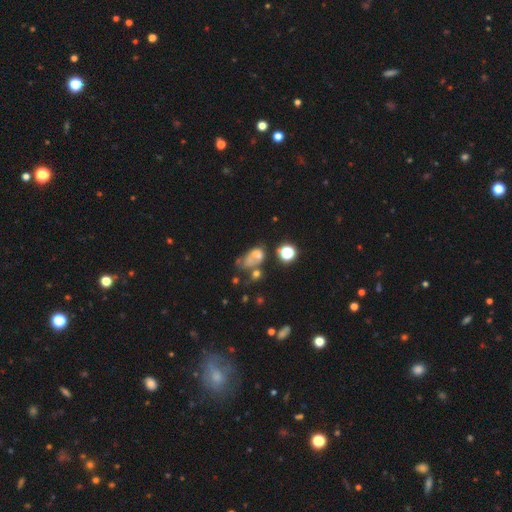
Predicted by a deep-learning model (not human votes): smooth_or_featured: smooth (p=0.42) [alt: featured or disk p=0.35]
merging: merger (p=0.39) [alt: major disturbance p=0.26]